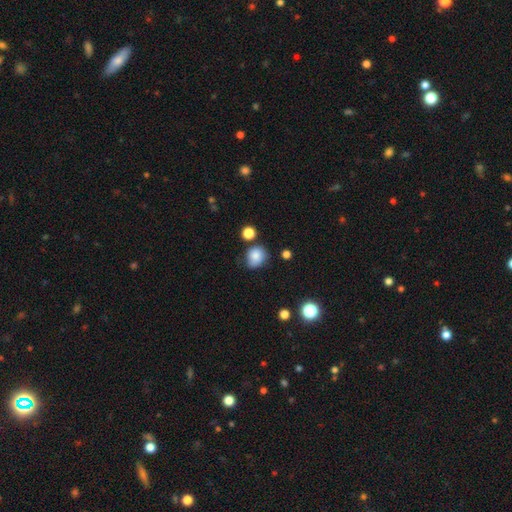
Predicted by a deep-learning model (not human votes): This is clearly a smooth galaxy (82%). How rounded: likely round (70%). Merging: likely none (65%).